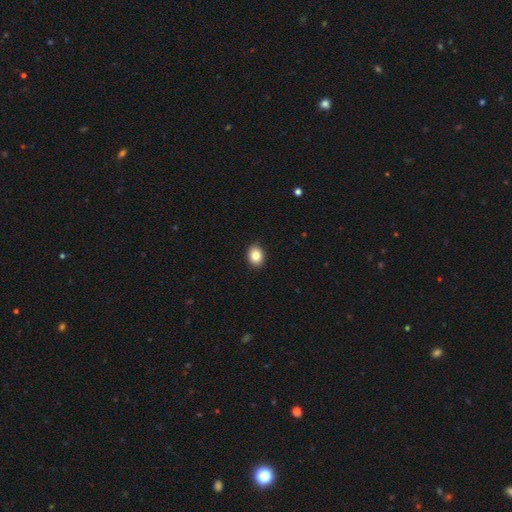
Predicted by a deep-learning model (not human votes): Smooth or featured?
  - smooth: 85% *
  - star or artifact: 9%
  - featured or disk: 6%
How rounded?
  - round: 53% *
  - in between: 47%
  - cigar-shaped: 1%
Merging?
  - none: 91% *
  - minor disturbance: 7%
  - major disturbance: 2%
  - merger: 1%